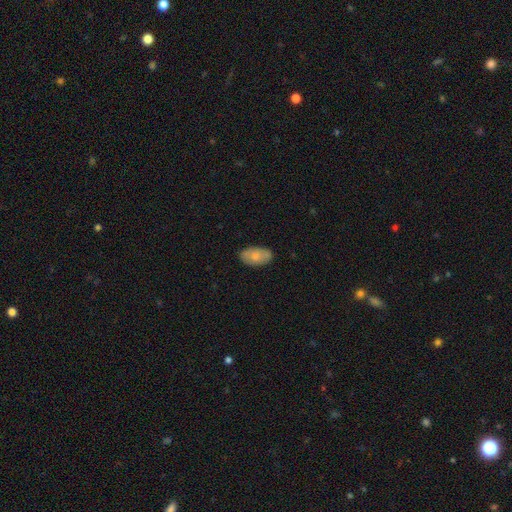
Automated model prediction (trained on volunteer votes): A smooth galaxy with no disk features (76%) that is in between round and cigar-shaped (94%).

Vote fractions:
- Smooth or featured? smooth: 76% / featured or disk: 18% / star or artifact: 6%
- How rounded? in between: 94% / round: 4% / cigar-shaped: 2%
- Merging? none: 82% / minor disturbance: 14% / major disturbance: 3% / merger: 1%